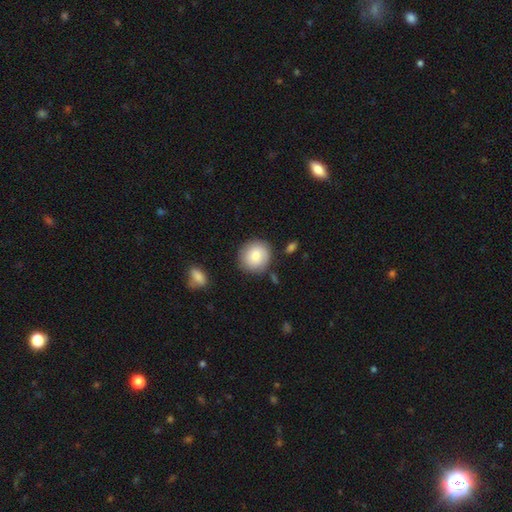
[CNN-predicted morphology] A smooth galaxy with no disk features (82%) that is round (89%).

Vote fractions:
- Smooth or featured? smooth: 82% / featured or disk: 11% / star or artifact: 7%
- How rounded? round: 89% / in between: 10% / cigar-shaped: 1%
- Merging? none: 82% / minor disturbance: 11% / merger: 3% / major disturbance: 3%